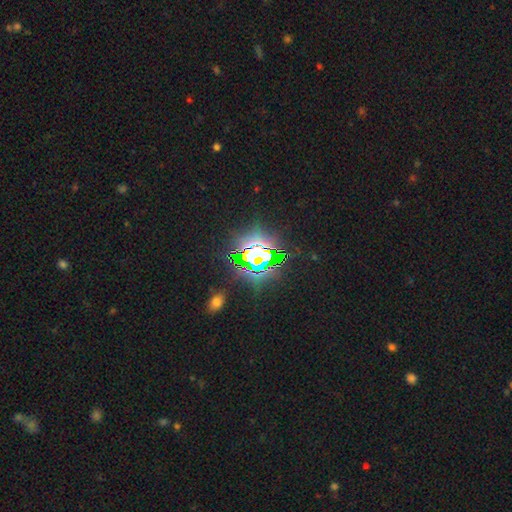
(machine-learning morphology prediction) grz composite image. It shows a star or artifact, not a galaxy (80%).